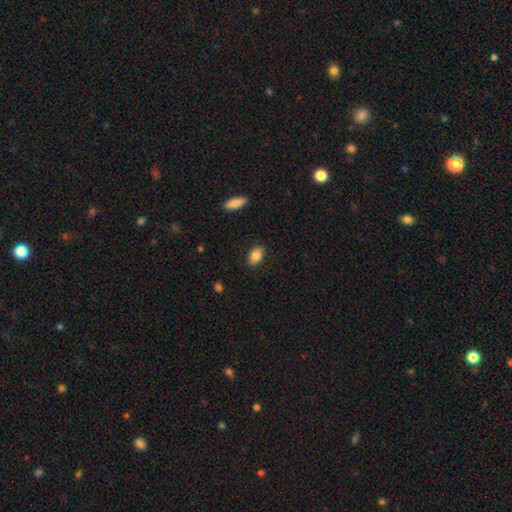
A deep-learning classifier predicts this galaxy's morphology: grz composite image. It shows a smooth galaxy with no disk features (84%) that is in between round and cigar-shaped (89%). Merging: none (87%).